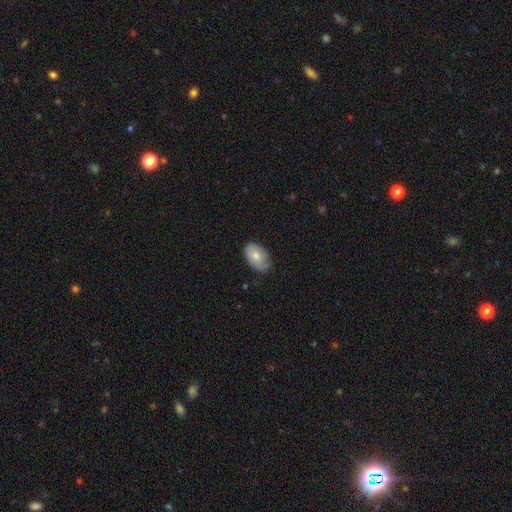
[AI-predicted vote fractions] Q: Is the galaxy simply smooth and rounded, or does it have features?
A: smooth — 75%.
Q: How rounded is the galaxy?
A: in between — 91%.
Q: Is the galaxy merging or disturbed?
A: none — 67%.